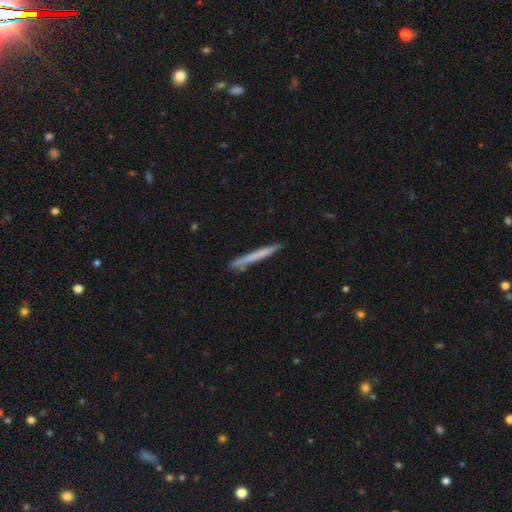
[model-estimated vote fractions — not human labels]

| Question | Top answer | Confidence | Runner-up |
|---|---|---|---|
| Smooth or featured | smooth | 60% | featured or disk (34%) |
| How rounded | cigar-shaped | 97% | in between (2%) |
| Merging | none | 87% | minor disturbance (10%) |